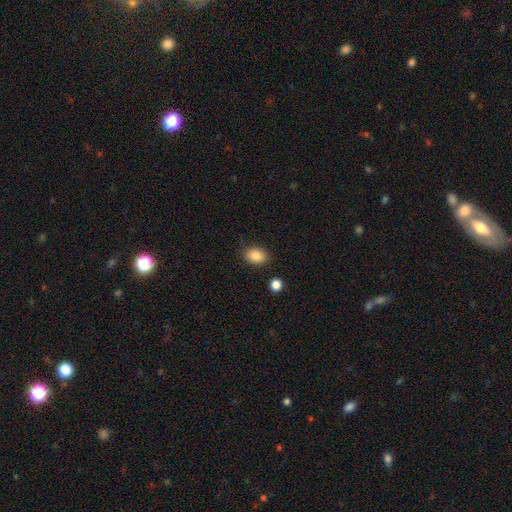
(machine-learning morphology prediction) Smooth or featured? Predicted: smooth (p=0.87). How rounded? Predicted: in between (p=0.75). Merging? Predicted: none (p=0.83).